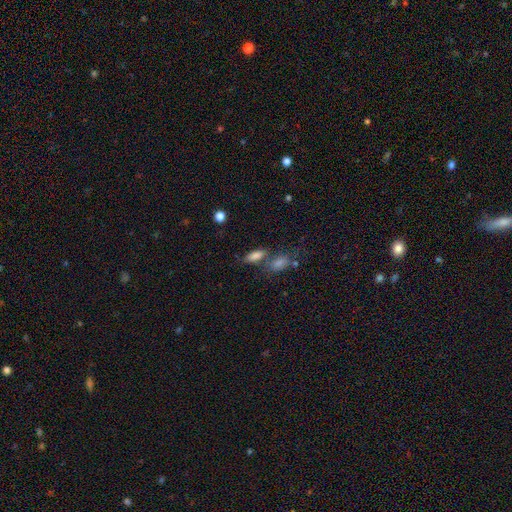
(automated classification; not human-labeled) Morphology: type=smooth (79%); roundness=in between (72%); merging=none (51%).